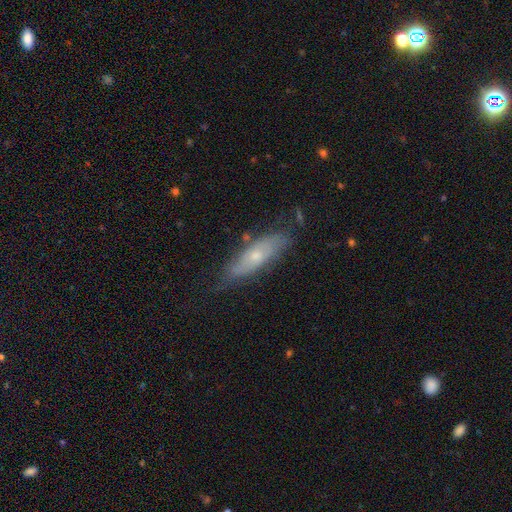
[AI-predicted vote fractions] Smooth or featured: featured or disk — 47% (smooth — 46%)
Merging: none — 69% (minor disturbance — 23%)